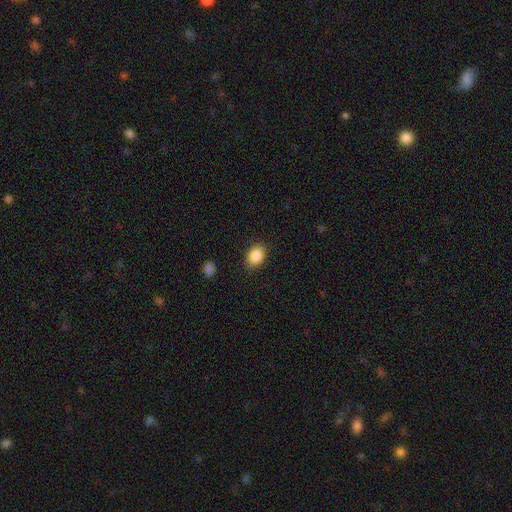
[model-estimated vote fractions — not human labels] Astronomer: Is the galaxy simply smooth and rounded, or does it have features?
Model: smooth — 88%.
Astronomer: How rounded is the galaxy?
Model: in between — 71%.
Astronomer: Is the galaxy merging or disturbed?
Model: none — 87%.